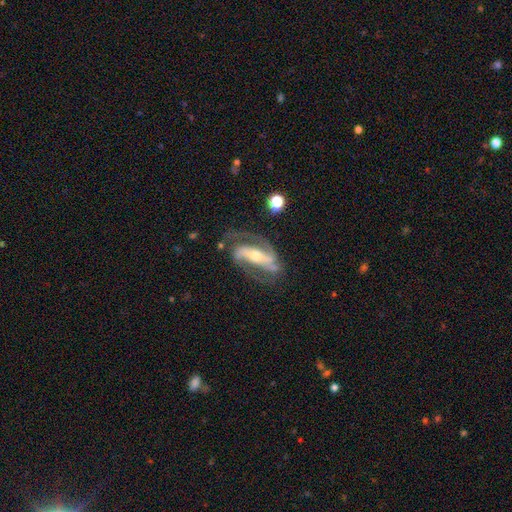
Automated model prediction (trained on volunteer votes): This is clearly a featured or disk galaxy (88%). It is clearly not viewed edge-on (93%). Bar: possibly strong (54%). Spiral arm pattern: clearly yes (96%). Spiral arm count: likely 2 (79%). Spiral winding: possibly medium (48%). Central bulge: possibly moderate (48%). Merging: likely none (63%).